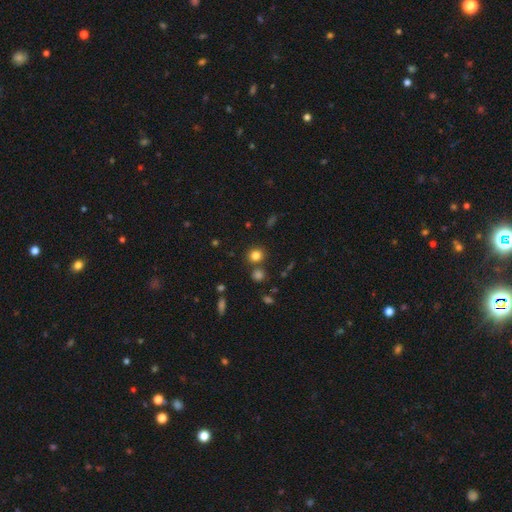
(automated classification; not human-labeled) Smooth or featured? Predicted: smooth (p=0.80). How rounded? Predicted: round (p=0.87). Merging? Predicted: none (p=0.78).